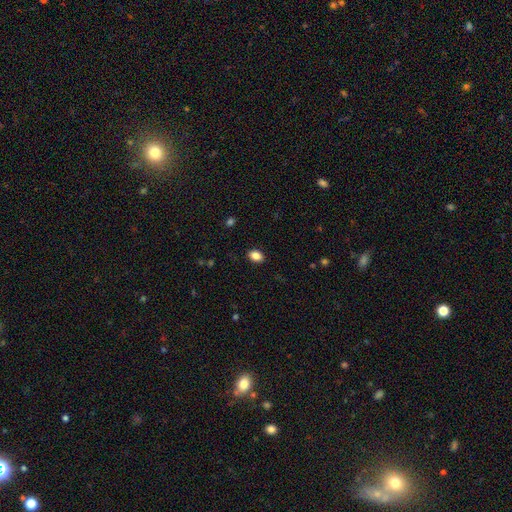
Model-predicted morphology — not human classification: Q: Smooth or featured?
A: smooth (87%); runner-up: star or artifact (9%)
Q: How rounded?
A: in between (79%); runner-up: round (20%)
Q: Merging?
A: none (89%); runner-up: minor disturbance (8%)